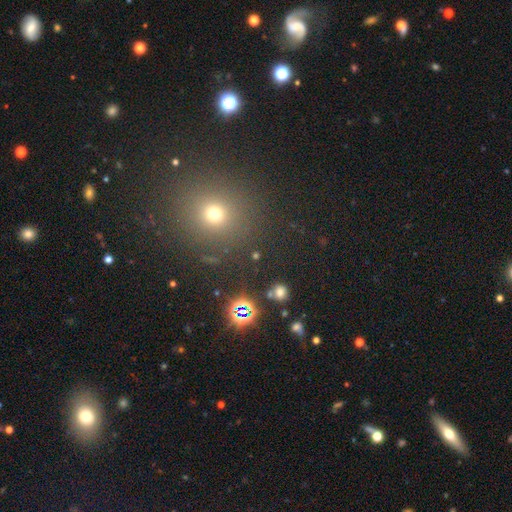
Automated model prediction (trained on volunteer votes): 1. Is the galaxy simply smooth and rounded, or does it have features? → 46% star or artifact (tied), 46% smooth (tied), 8% featured or disk.